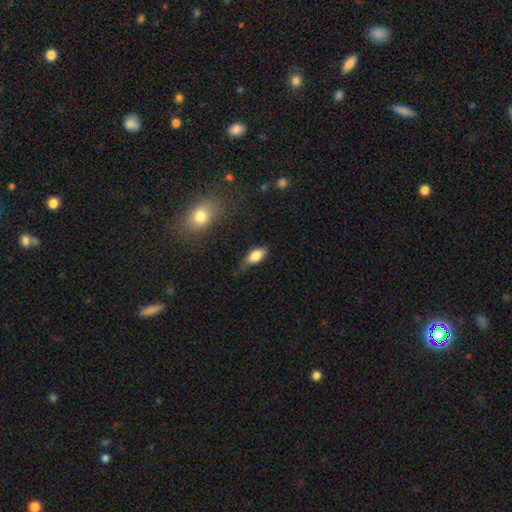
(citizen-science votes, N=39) A smooth galaxy with no disk features (95%) that is in between round and cigar-shaped (95%).

Vote fractions:
- Smooth or featured? smooth: 95% / featured or disk: 5% / star or artifact: 0%
- How rounded? in between: 95% / round: 3% / cigar-shaped: 3%
- Merging? none: 51% / minor disturbance: 41% / major disturbance: 5% / merger: 3%